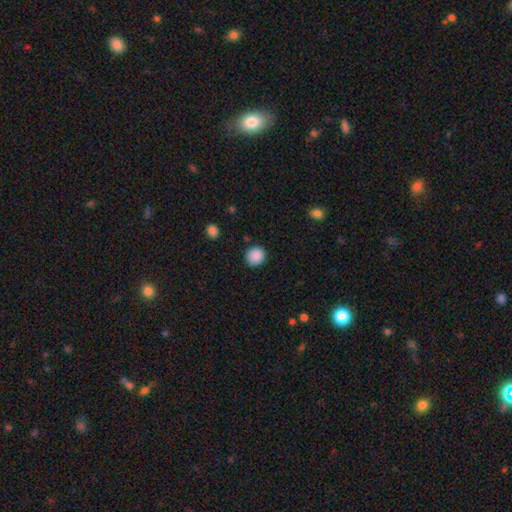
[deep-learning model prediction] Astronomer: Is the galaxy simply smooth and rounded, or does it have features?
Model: smooth — 89%.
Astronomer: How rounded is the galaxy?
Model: round — 85%.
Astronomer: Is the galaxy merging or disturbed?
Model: none — 88%.